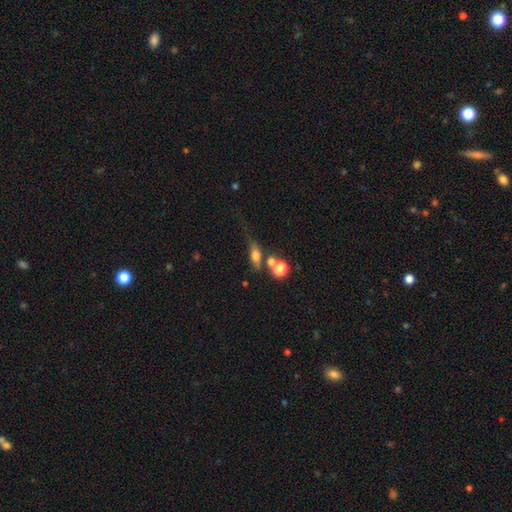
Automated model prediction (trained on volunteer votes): The model was most divided on "how rounded": in between: 50%, cigar-shaped: 28%, round: 22%. Remaining: smooth or featured — smooth (56%); merging — none (45%).